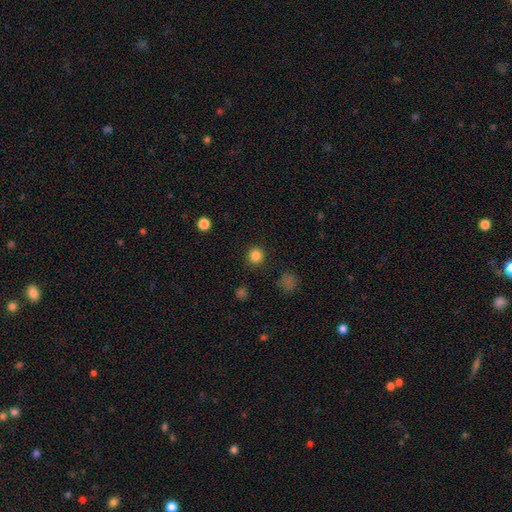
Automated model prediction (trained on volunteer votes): smooth_or_featured: smooth (p=0.84) [alt: star or artifact p=0.13]
how_rounded: round (p=0.93) [alt: in between p=0.06]
merging: none (p=0.90) [alt: minor disturbance p=0.06]